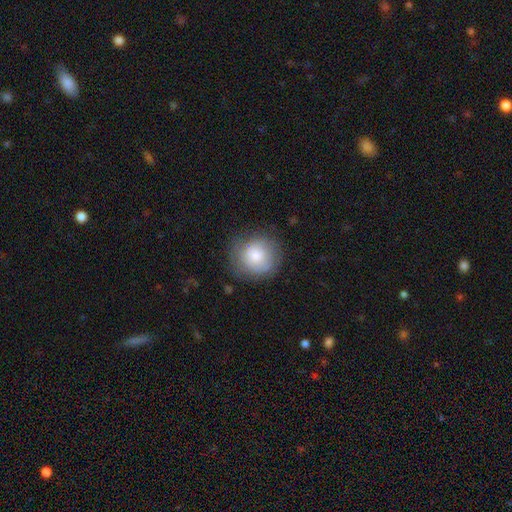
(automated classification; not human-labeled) smooth_or_featured: smooth (p=0.73) [alt: featured or disk p=0.19]
how_rounded: round (p=0.89) [alt: in between p=0.10]
merging: none (p=0.71) [alt: minor disturbance p=0.20]